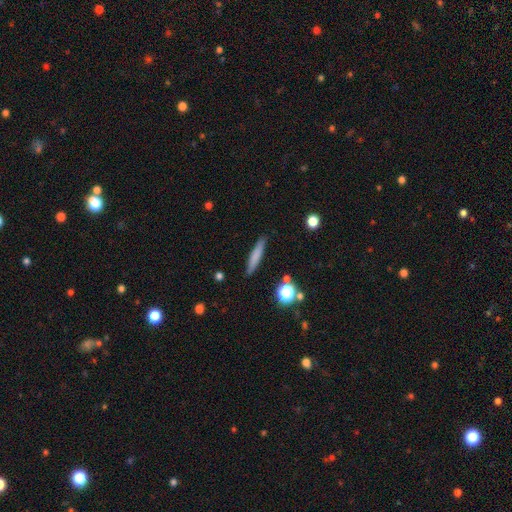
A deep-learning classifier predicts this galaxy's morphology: Q: Smooth or featured?
A: smooth (71%); runner-up: featured or disk (21%)
Q: How rounded?
A: cigar-shaped (90%); runner-up: in between (8%)
Q: Merging?
A: none (87%); runner-up: minor disturbance (9%)